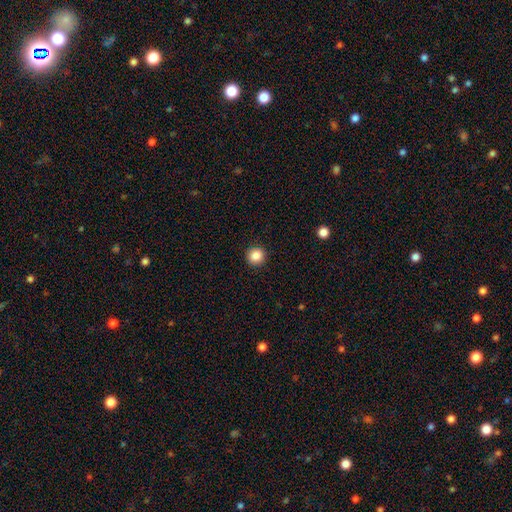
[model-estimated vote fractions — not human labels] smooth 86%, star or artifact 10%, featured or disk 4%. Down the decision tree: how rounded — round (94%); merging — none (93%).